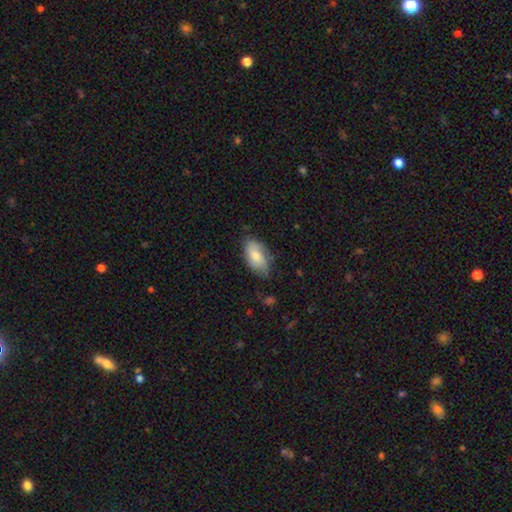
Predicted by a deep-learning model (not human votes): Smooth or featured? Predicted: smooth (p=0.68). How rounded? Predicted: in between (p=0.93). Merging? Predicted: none (p=0.65).